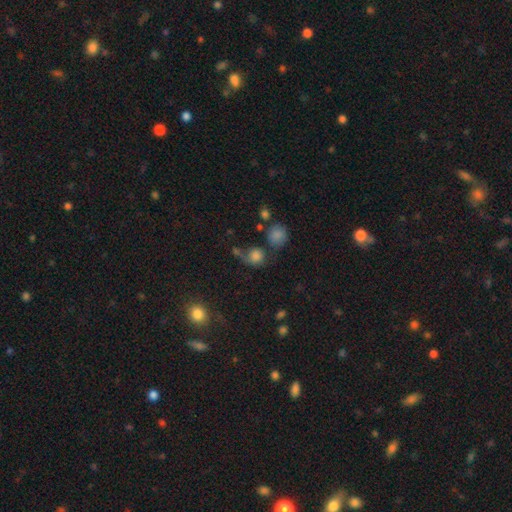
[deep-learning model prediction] Morphology: type=smooth (76%); roundness=round (80%); merging=none (46%).